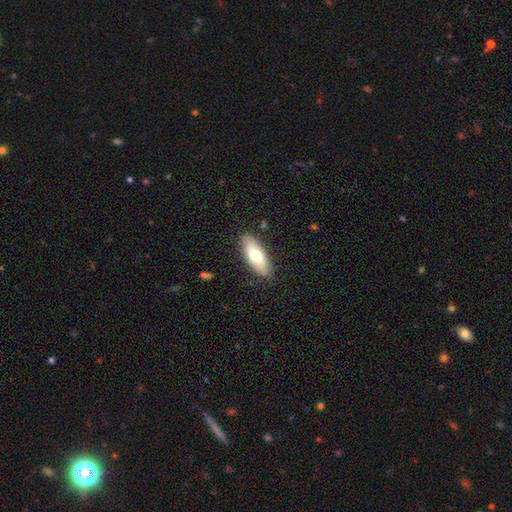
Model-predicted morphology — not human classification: Smooth or featured: smooth — 67% (featured or disk — 27%)
How rounded: in between — 79% (cigar-shaped — 19%)
Merging: none — 87% (minor disturbance — 10%)